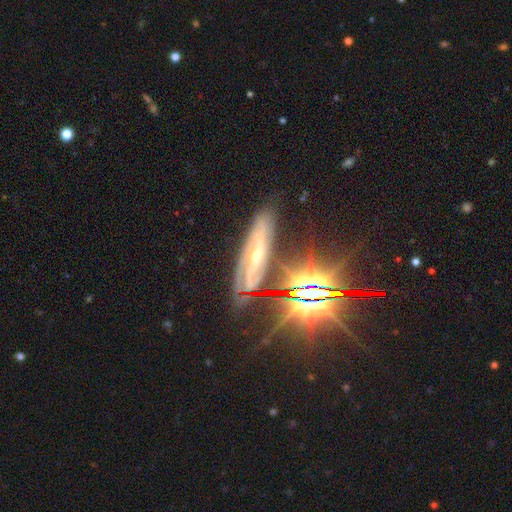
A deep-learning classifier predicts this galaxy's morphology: Smooth or featured: featured or disk — 66% (star or artifact — 25%)
Edge-on disk: no — 68% (yes — 32%)
Merging: none — 72% (minor disturbance — 18%)